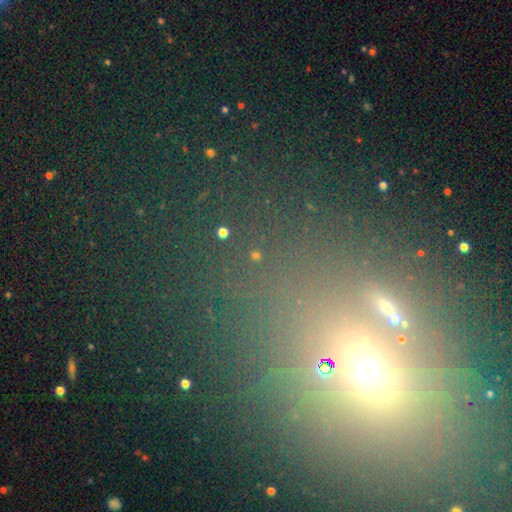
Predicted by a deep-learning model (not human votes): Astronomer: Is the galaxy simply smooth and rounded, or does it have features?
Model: star or artifact — 64%.